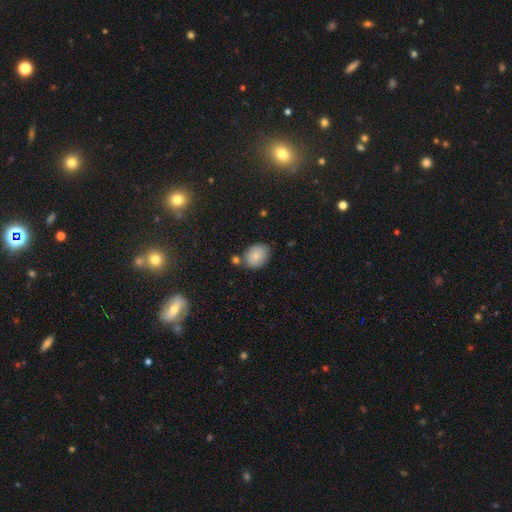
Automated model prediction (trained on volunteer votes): Smooth or featured: smooth — 79% (featured or disk — 12%)
How rounded: in between — 60% (round — 39%)
Merging: none — 70% (minor disturbance — 18%)